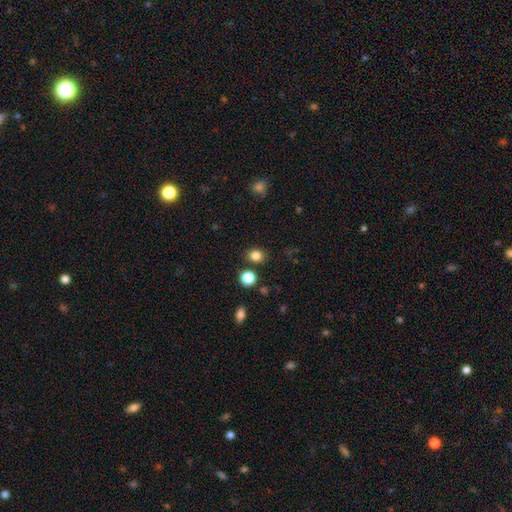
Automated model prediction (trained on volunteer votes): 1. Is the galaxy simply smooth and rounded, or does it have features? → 83% smooth, 13% star or artifact, 5% featured or disk.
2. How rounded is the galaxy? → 64% round, 35% in between, 1% cigar-shaped.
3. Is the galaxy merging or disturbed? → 83% none, 9% minor disturbance, 5% merger, 3% major disturbance.